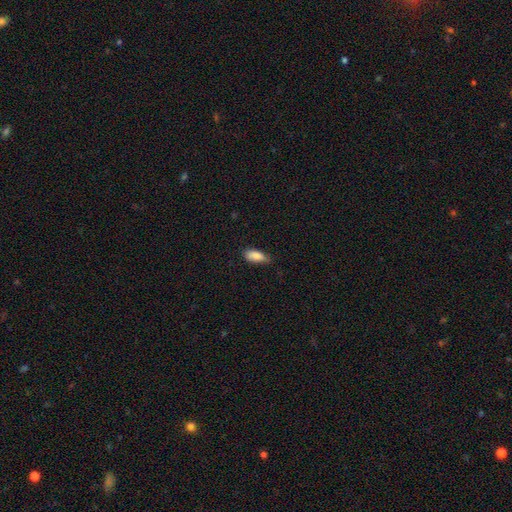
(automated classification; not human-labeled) The model was most divided on "merging": none: 70%, minor disturbance: 25%, major disturbance: 4%, merger: 1%. More confident: smooth or featured — smooth (85%); how rounded — in between (83%).